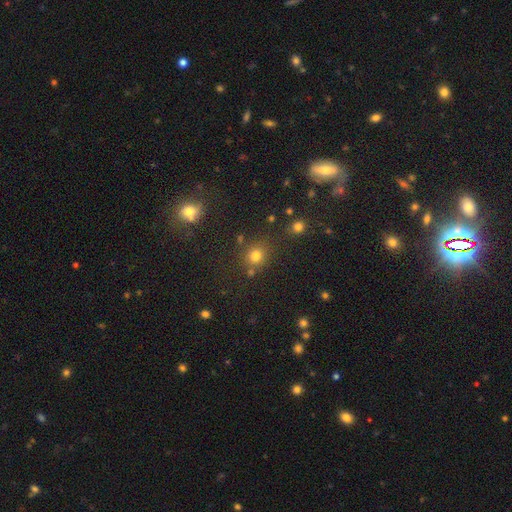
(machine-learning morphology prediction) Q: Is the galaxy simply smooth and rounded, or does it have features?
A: smooth — 74%.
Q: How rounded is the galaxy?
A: round — 80%.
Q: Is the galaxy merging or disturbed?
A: none — 74%.